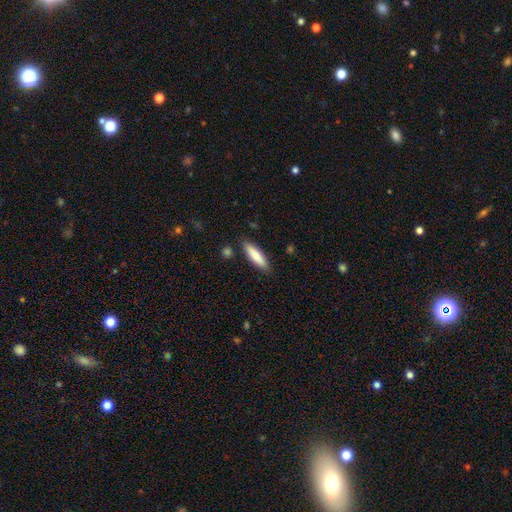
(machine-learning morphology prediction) Overall: smooth (80%). How rounded: cigar-shaped (62%; in between 36%). Merging: none (86%).